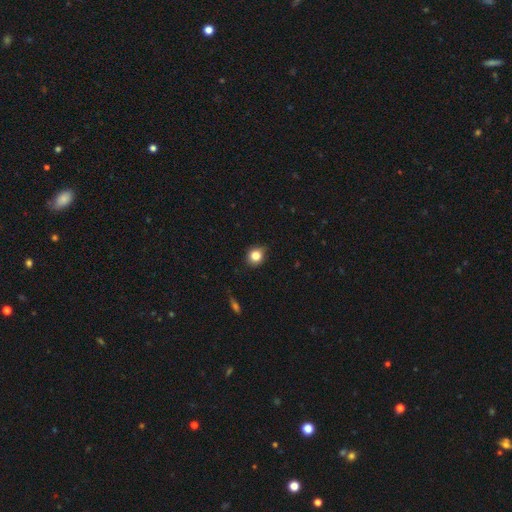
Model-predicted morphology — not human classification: A smooth galaxy with no disk features (83%) that is round (80%). Merging: none (79%).